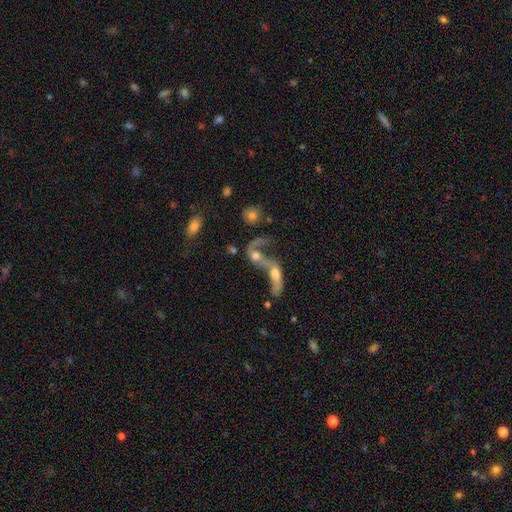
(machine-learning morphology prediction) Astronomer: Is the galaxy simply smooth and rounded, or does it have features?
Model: featured or disk — 53% (runner-up: smooth, 35%).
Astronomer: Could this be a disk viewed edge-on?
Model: no — 91%.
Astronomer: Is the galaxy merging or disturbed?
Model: merger — 78%.